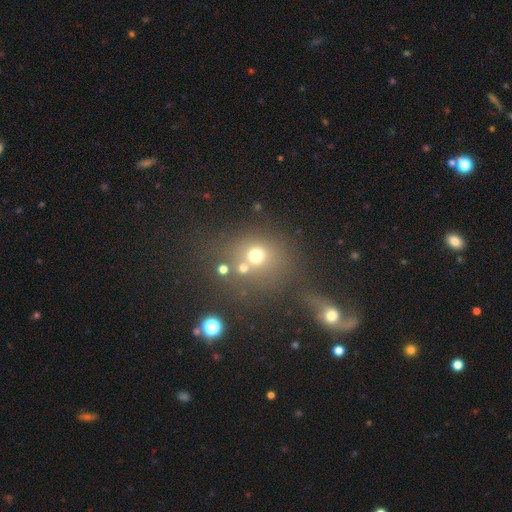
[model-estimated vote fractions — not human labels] This is likely a smooth galaxy (63%). How rounded: likely round (78%). Merging: possibly none (53%).